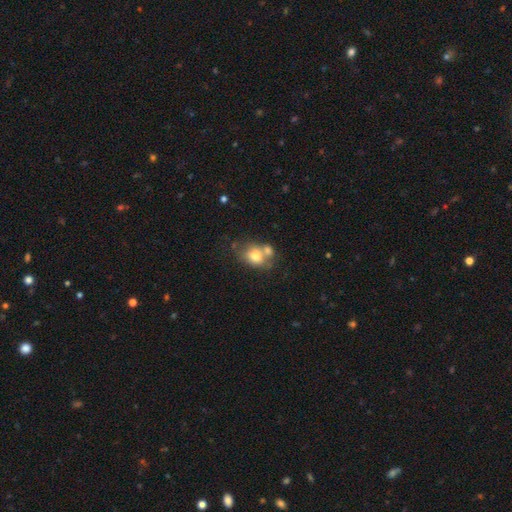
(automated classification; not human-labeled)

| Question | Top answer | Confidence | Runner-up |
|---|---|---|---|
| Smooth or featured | smooth | 72% | featured or disk (18%) |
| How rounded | in between | 58% | round (40%) |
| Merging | merger | 41% | none (40%) |